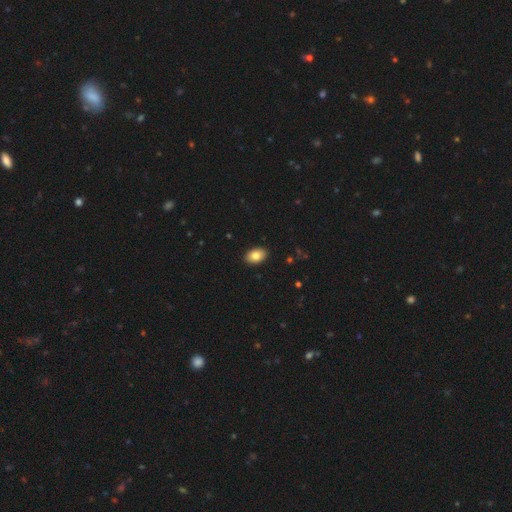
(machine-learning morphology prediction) The model was most divided on "how rounded": in between: 87%, round: 12%, cigar-shaped: 1%. More confident: merging — none (91%); smooth or featured — smooth (84%).